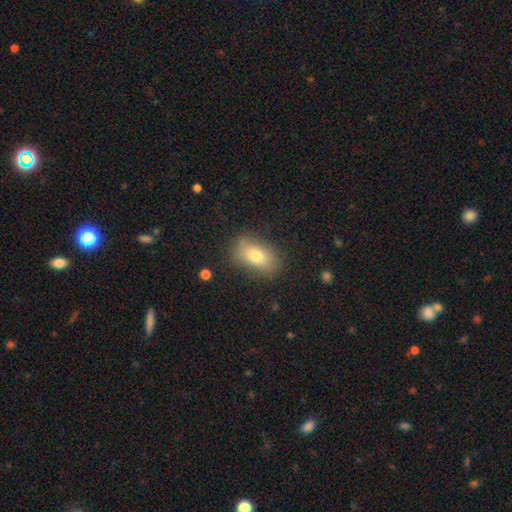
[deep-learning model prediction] smooth_or_featured: smooth (p=0.76) [alt: featured or disk p=0.15]
how_rounded: in between (p=0.86) [alt: round p=0.12]
merging: none (p=0.79) [alt: minor disturbance p=0.15]